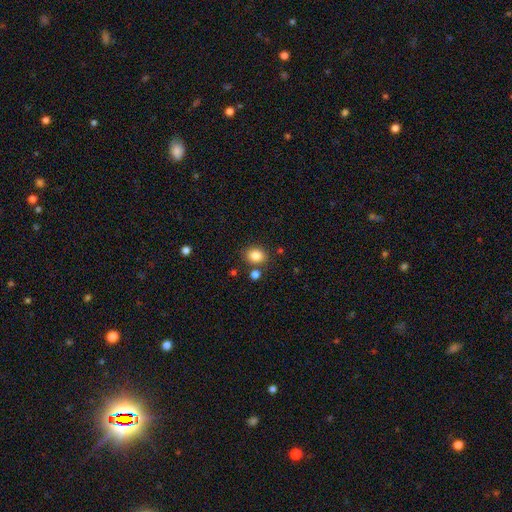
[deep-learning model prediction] A smooth galaxy with no disk features (84%) that is in between round and cigar-shaped (50%). Merging: none (78%).